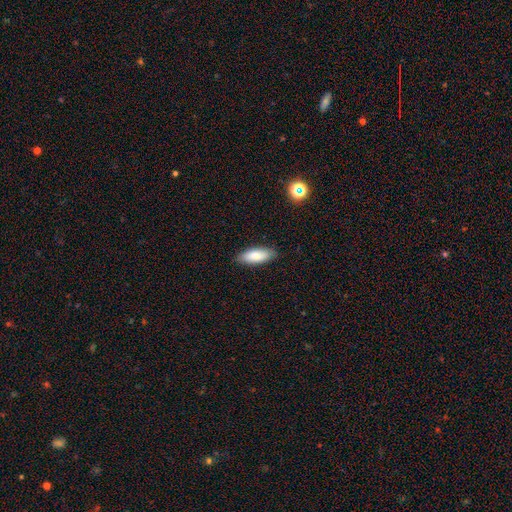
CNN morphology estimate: smooth-or-featured: smooth: 84% | featured or disk: 10% | star or artifact: 6%
  how-rounded: in between: 74% | cigar-shaped: 24% | round: 2%
  merging: none: 87% | minor disturbance: 10% | major disturbance: 2% | merger: 1%